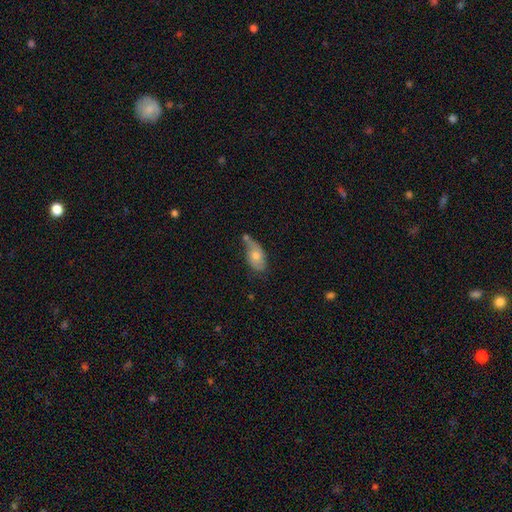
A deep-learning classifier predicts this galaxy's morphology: smooth 65%, featured or disk 27%, star or artifact 8%. Down the decision tree: how rounded — in between (88%); merging — none (39%).